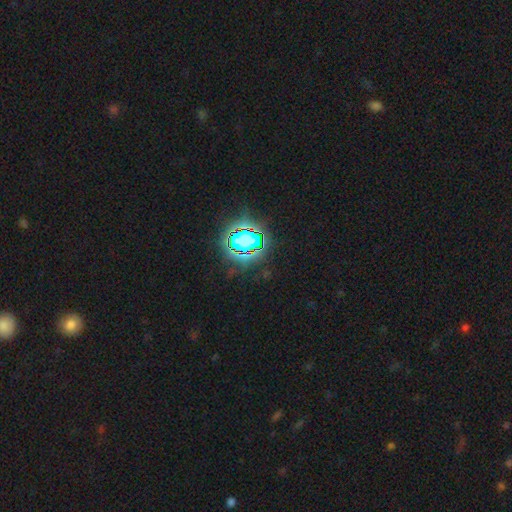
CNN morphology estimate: This is clearly a star or artifact rather than a galaxy (81%).